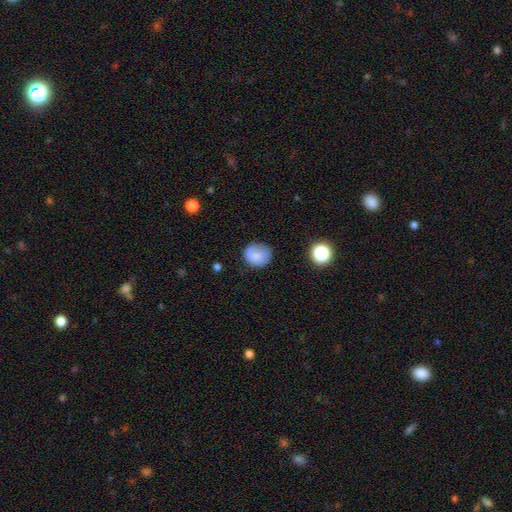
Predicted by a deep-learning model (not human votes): Smooth or featured? Predicted: smooth (p=0.77). How rounded? Predicted: round (p=0.77). Merging? Predicted: none (p=0.73).